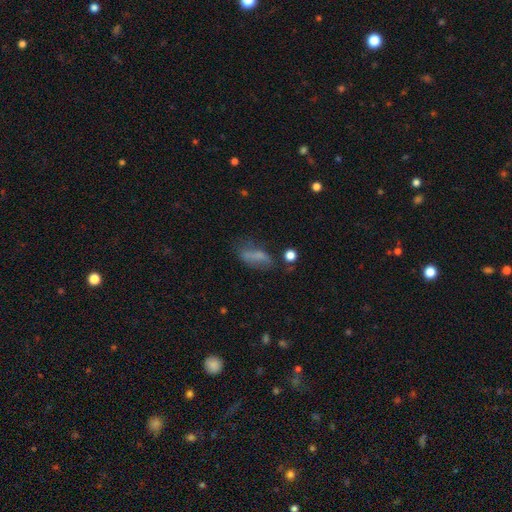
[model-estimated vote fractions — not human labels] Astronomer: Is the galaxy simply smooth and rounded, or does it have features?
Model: smooth — 61%.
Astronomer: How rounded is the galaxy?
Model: in between — 70%.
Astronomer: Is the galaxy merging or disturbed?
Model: none — 45% (runner-up: minor disturbance, 27%).